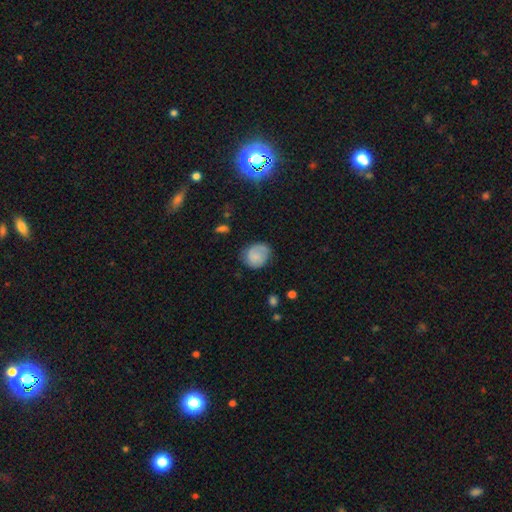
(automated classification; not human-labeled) Smooth or featured? Predicted: smooth (p=0.67). How rounded? Predicted: round (p=0.70). Merging? Predicted: none (p=0.66).